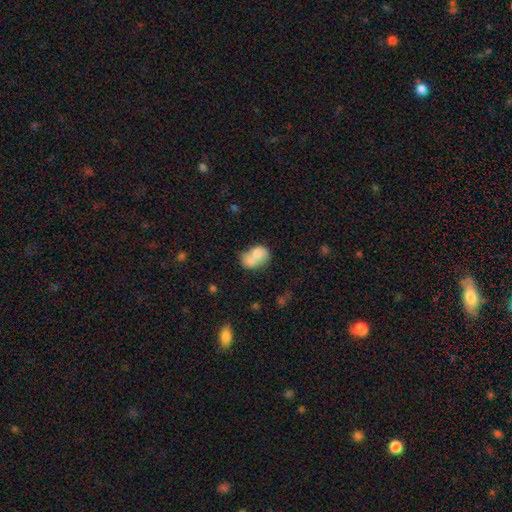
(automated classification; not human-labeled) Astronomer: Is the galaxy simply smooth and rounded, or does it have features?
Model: smooth — 65%.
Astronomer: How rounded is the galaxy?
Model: in between — 68%.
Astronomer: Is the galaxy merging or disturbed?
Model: merger — 55%.